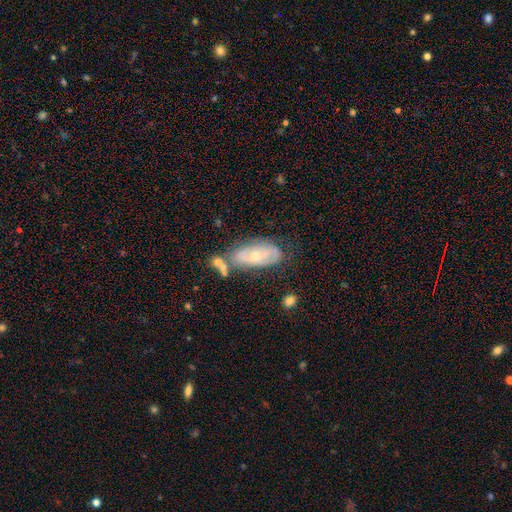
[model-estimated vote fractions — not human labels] smooth-or-featured: featured or disk: 63% | smooth: 30% | star or artifact: 7%
  disk-edge-on: no: 90% | yes: 10%
    bar: no: 78% | weak: 17% | strong: 5%
    has-spiral-arms: yes: 59% | no: 41%
    bulge-size: small: 51% | moderate: 45% | large: 2% | none: 1% | dominant: 1%
  merging: none: 47% | minor disturbance: 25% | merger: 17% | major disturbance: 11%